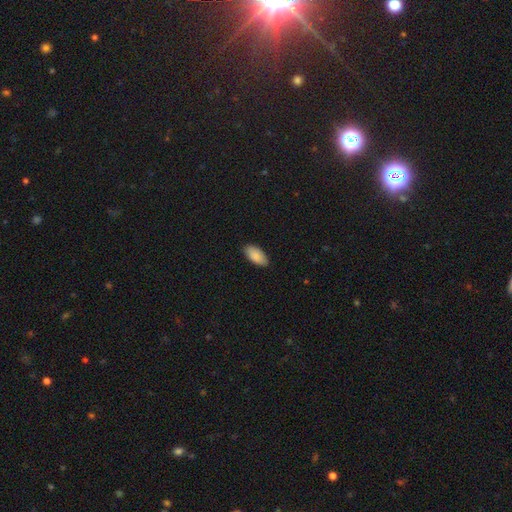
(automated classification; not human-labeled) A smooth galaxy with no disk features (88%) that is in between round and cigar-shaped (94%). Merging: none (86%).